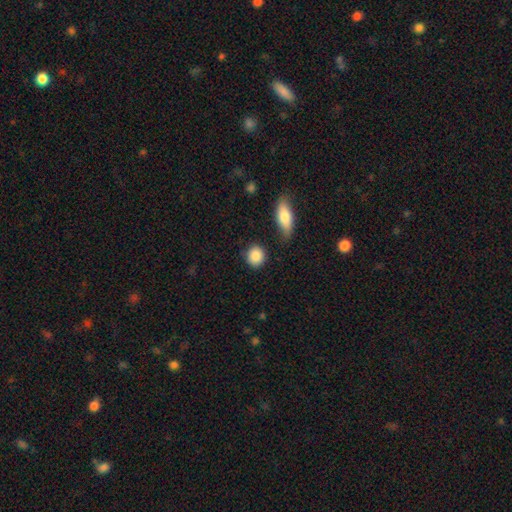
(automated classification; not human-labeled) smooth 88%, star or artifact 7%, featured or disk 5%. Down the decision tree: how rounded — round (83%); merging — none (83%).